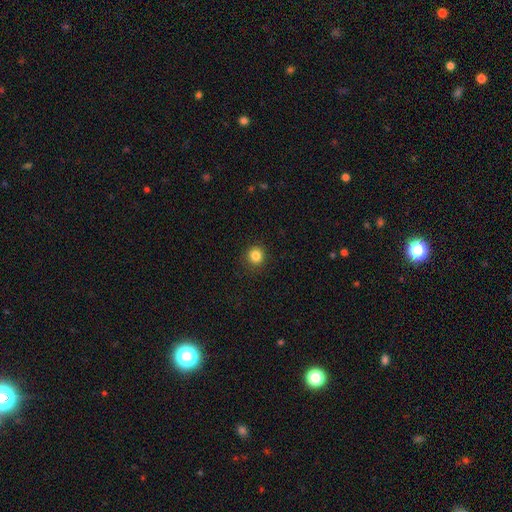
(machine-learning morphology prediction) Smooth or featured? Predicted: smooth (p=0.84). How rounded? Predicted: round (p=0.92). Merging? Predicted: none (p=0.91).